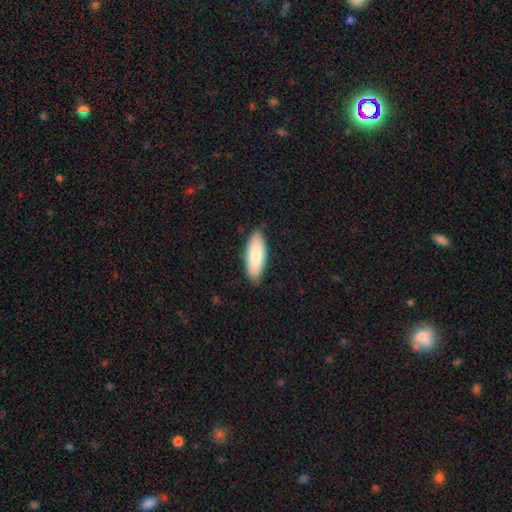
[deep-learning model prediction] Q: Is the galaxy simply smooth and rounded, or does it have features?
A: smooth — 81%.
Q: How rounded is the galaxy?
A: in between — 72%.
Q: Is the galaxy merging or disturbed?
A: none — 83%.